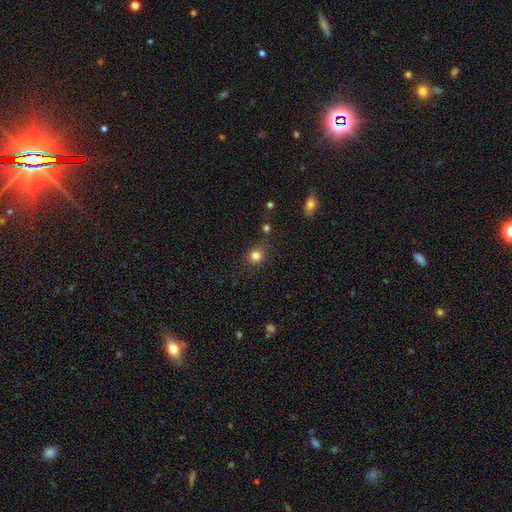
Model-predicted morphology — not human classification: Q: Smooth or featured?
A: smooth (82%); runner-up: star or artifact (13%)
Q: How rounded?
A: round (77%); runner-up: in between (22%)
Q: Merging?
A: none (82%); runner-up: minor disturbance (12%)